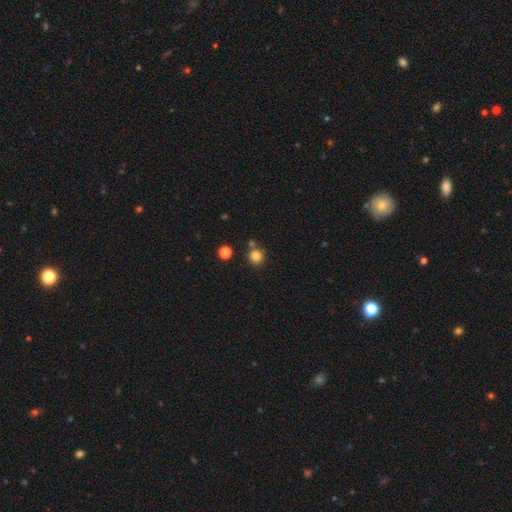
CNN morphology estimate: smooth 83%, star or artifact 12%, featured or disk 5%. Down the decision tree: how rounded — round (92%); merging — none (78%).